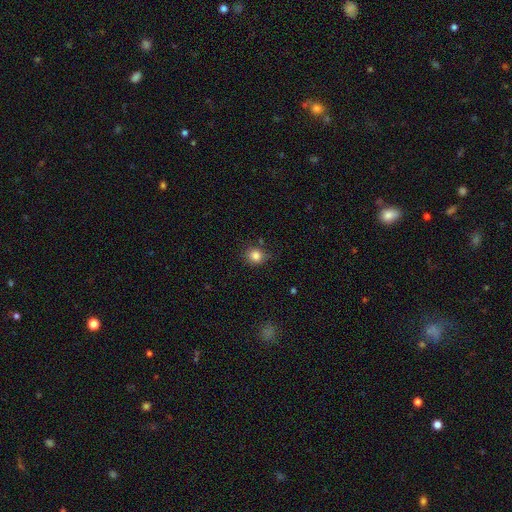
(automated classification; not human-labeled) This appears to be a smooth galaxy with no disk features (84%) that is round (86%). Merging: none (80%).